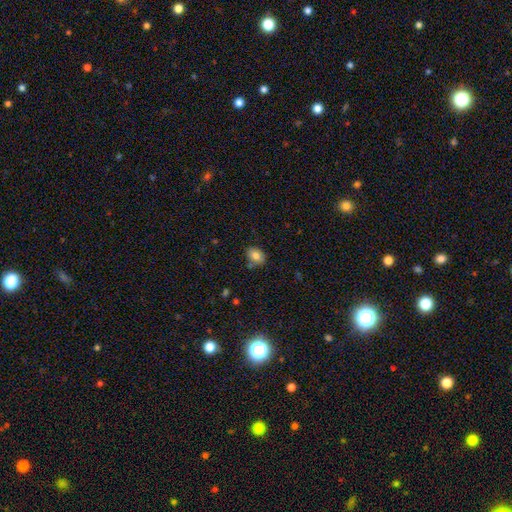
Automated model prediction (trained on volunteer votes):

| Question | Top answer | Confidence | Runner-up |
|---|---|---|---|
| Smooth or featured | smooth | 81% | star or artifact (9%) |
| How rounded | in between | 68% | round (31%) |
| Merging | none | 76% | minor disturbance (15%) |